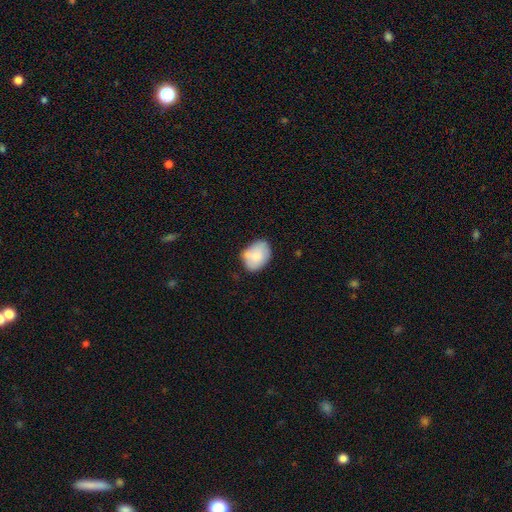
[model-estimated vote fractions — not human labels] Q: Smooth or featured?
A: smooth (76%); runner-up: featured or disk (17%)
Q: How rounded?
A: in between (73%); runner-up: round (26%)
Q: Merging?
A: none (60%); runner-up: minor disturbance (24%)